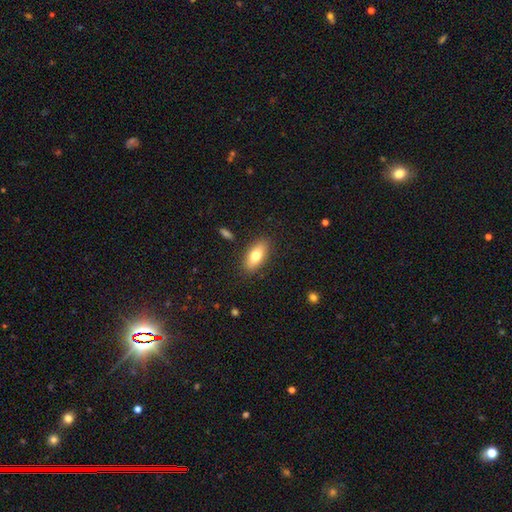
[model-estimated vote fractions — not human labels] smooth_or_featured: smooth (p=0.75) [alt: featured or disk p=0.18]
how_rounded: in between (p=0.84) [alt: cigar-shaped p=0.13]
merging: none (p=0.86) [alt: minor disturbance p=0.10]